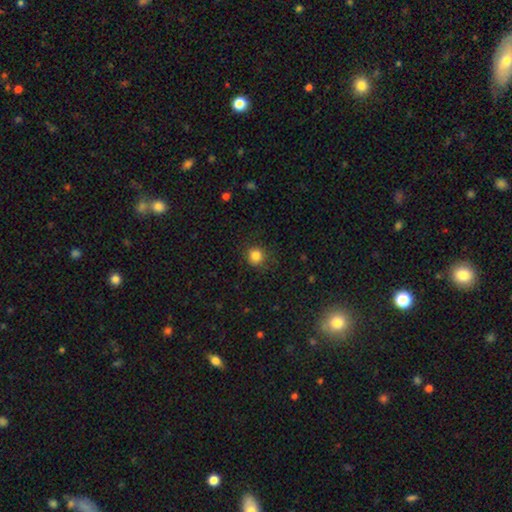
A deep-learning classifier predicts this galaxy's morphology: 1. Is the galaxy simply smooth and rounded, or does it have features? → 84% smooth, 12% star or artifact, 4% featured or disk.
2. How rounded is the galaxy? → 90% round, 9% in between, 1% cigar-shaped.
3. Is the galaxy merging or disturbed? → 84% none, 11% minor disturbance, 4% major disturbance, 1% merger.